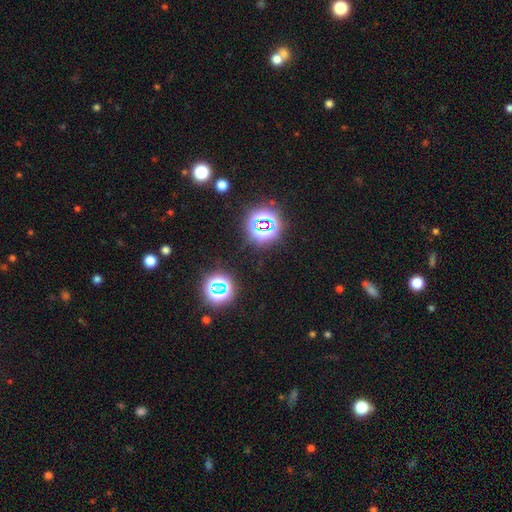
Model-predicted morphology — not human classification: This is clearly a star or artifact rather than a galaxy (80%).